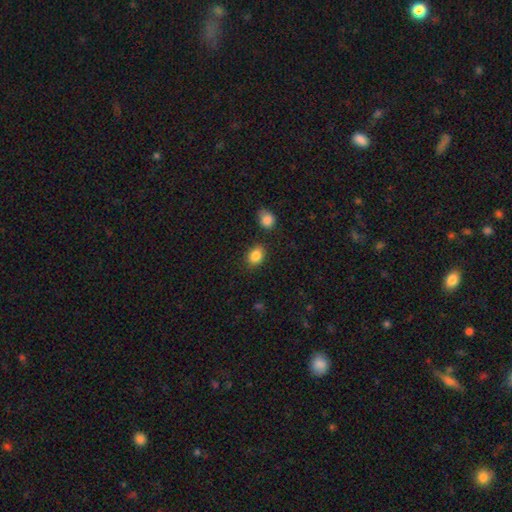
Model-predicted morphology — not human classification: A smooth galaxy with no disk features (86%) that is in between round and cigar-shaped (66%). Merging: none (80%).